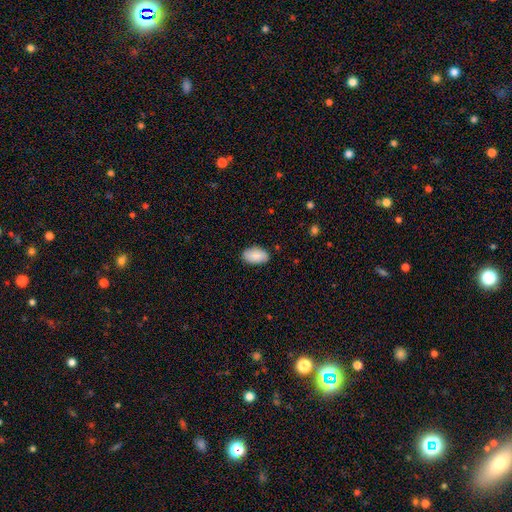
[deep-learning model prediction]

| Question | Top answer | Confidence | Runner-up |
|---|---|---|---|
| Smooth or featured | smooth | 87% | featured or disk (7%) |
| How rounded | in between | 95% | round (4%) |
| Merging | none | 86% | minor disturbance (11%) |